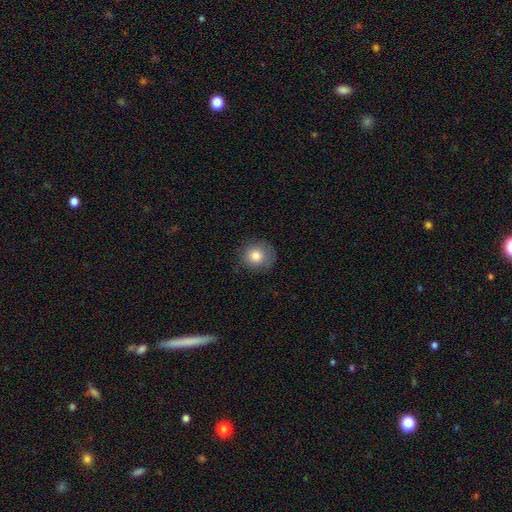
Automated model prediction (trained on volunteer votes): This is clearly a smooth galaxy (82%). How rounded: clearly round (88%). Merging: likely none (79%).